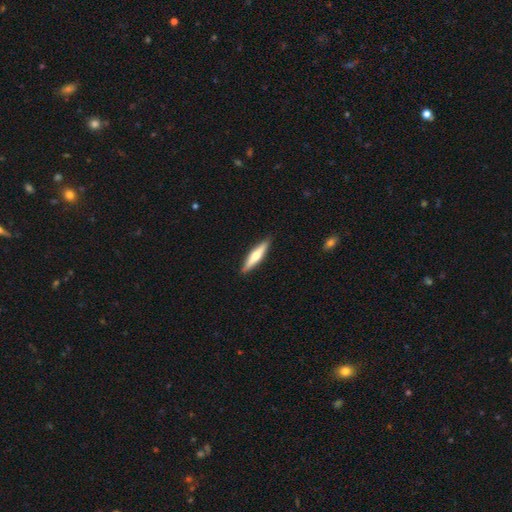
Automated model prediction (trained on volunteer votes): A smooth galaxy with no disk features (48%).

Vote fractions:
- Smooth or featured? smooth: 48% / featured or disk: 47% / star or artifact: 5%
- Merging? none: 90% / minor disturbance: 7% / major disturbance: 1% / merger: 1%